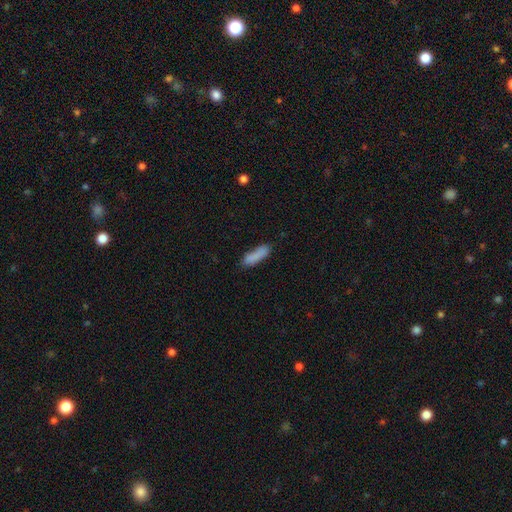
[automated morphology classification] type=smooth (85%); roundness=cigar-shaped (59%); merging=none (71%).